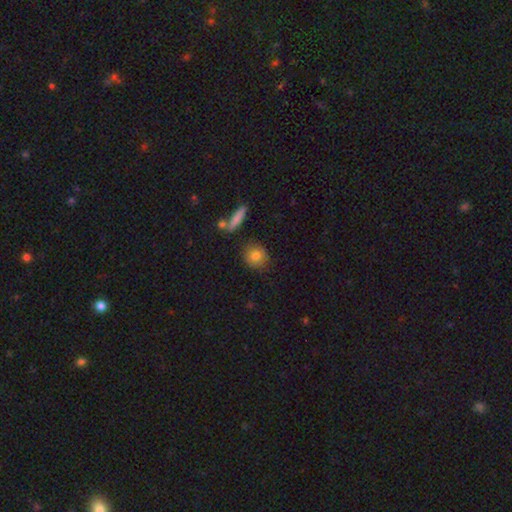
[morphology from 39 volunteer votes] Smooth or featured? 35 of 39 (90%) said smooth. How rounded? 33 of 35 (94%) said round. Merging? 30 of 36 (83%) said none.